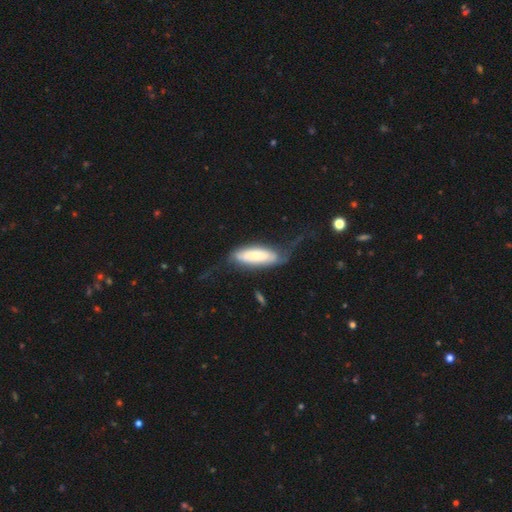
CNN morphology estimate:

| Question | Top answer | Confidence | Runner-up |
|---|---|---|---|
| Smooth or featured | smooth | 52% | featured or disk (42%) |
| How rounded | in between | 64% | cigar-shaped (34%) |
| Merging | none | 43% | major disturbance (29%) |